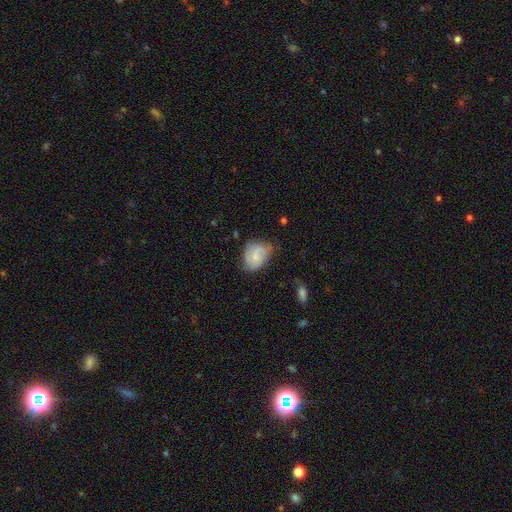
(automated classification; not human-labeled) A featured or disk galaxy (52%) with no bar (64%), spiral arms (83%) and a small central bulge (57%).

Vote fractions:
- Smooth or featured? featured or disk: 52% / smooth: 41% / star or artifact: 7%
- Edge-on disk? no: 97% / yes: 3%
- Bar? no: 64% / weak: 31% / strong: 4%
- Spiral arms? yes: 83% / no: 17%
- Bulge size? small: 57% / moderate: 31% / none: 10% / large: 2% / dominant: 1%
- Merging? none: 52% / minor disturbance: 34% / major disturbance: 12% / merger: 2%